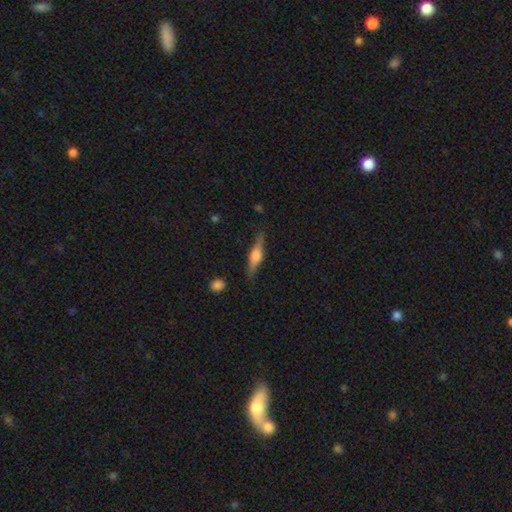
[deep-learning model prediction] This appears to be a featured or disk galaxy (60%) viewed edge-on (96%) with a rounded central bulge (86%). Merging: none (85%).